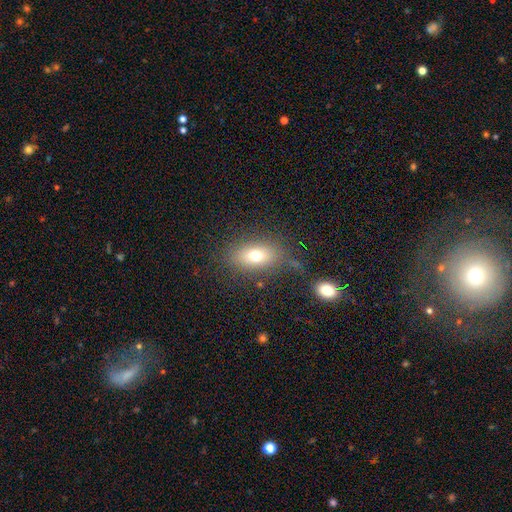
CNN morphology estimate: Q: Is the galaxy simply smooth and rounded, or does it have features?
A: smooth — 71%.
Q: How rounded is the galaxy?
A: in between — 78%.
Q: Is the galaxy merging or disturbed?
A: none — 75%.